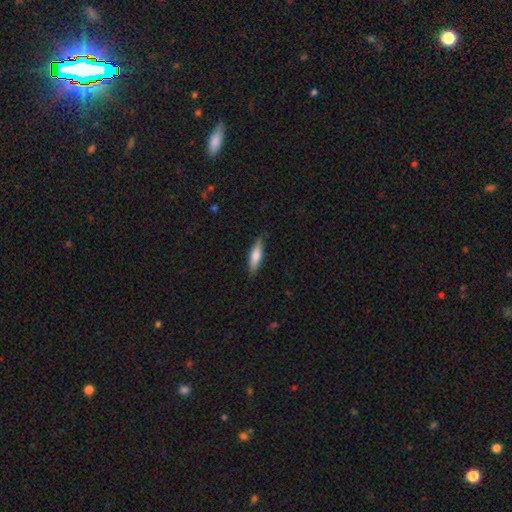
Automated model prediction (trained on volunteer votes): Smooth or featured: smooth — 71% (featured or disk — 24%)
How rounded: cigar-shaped — 67% (in between — 31%)
Merging: none — 86% (minor disturbance — 11%)